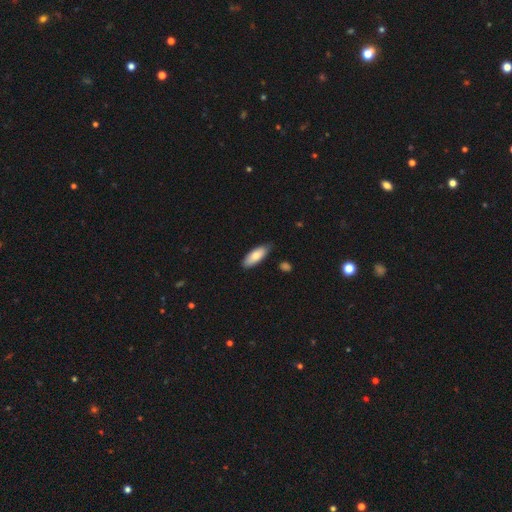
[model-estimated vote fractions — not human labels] Overall: smooth (80%). How rounded: in between (75%). Merging: none (79%).